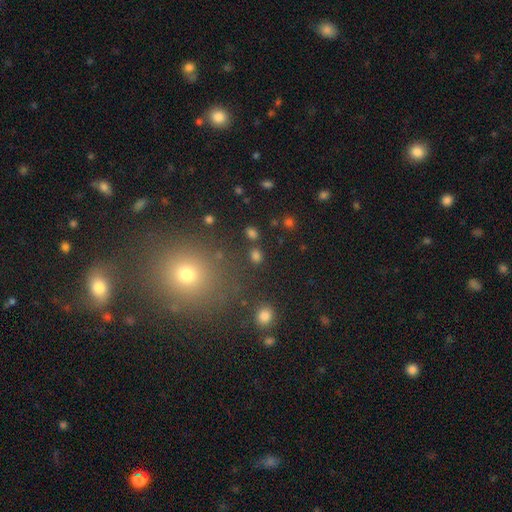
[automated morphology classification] Smooth or featured? smooth (73%)
How rounded? round (58%)
Merging? none (82%)